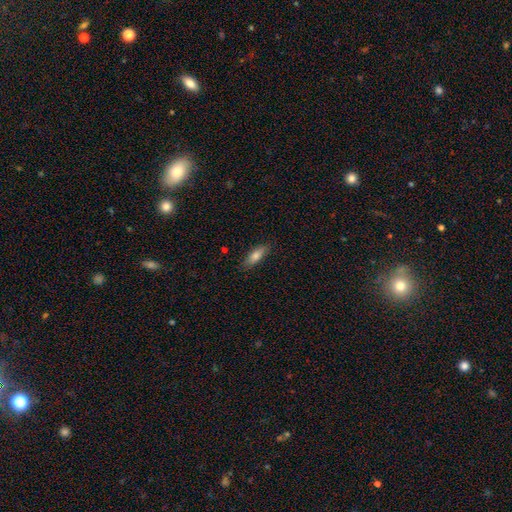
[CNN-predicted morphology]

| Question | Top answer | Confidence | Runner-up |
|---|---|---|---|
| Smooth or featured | smooth | 77% | featured or disk (16%) |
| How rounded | in between | 60% | cigar-shaped (38%) |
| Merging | none | 85% | minor disturbance (12%) |